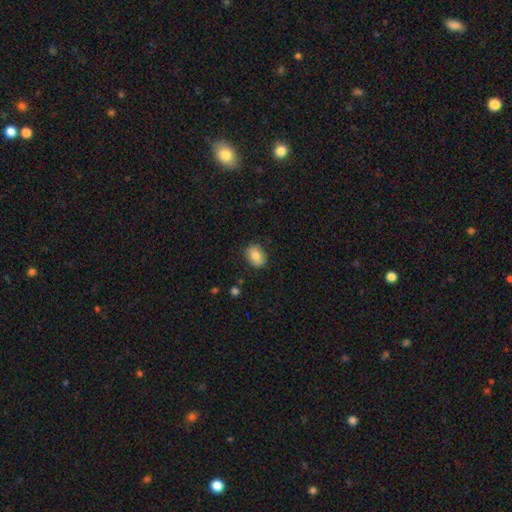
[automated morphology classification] This is clearly a smooth galaxy (83%). How rounded: likely in between (66%). Merging: clearly none (85%).